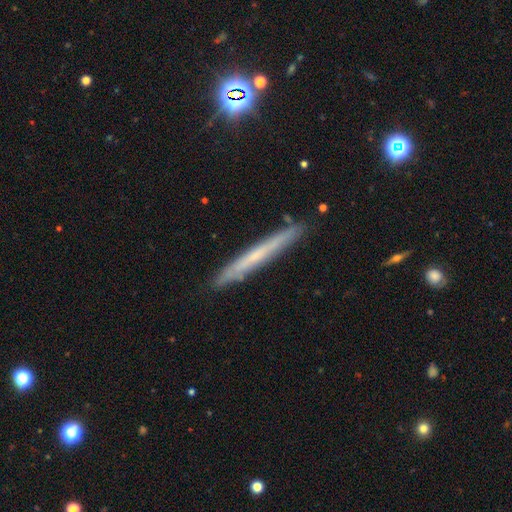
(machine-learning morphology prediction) A featured or disk galaxy (50%). Merging: none (89%).